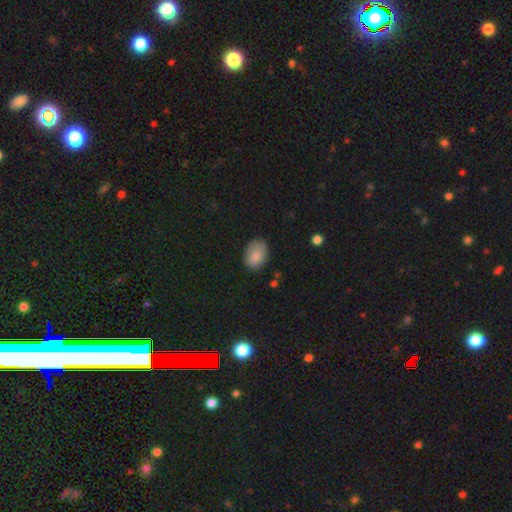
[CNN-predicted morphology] type=smooth (85%); roundness=in between (74%); merging=none (70%).